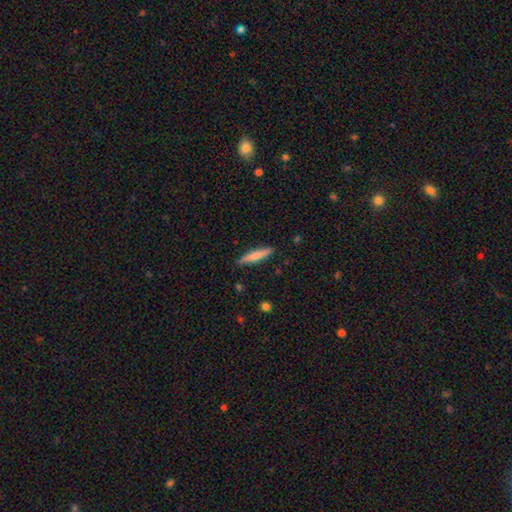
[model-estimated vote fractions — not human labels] Smooth or featured?
  - smooth: 70% *
  - featured or disk: 25%
  - star or artifact: 6%
How rounded?
  - cigar-shaped: 86% *
  - in between: 13%
  - round: 1%
Merging?
  - none: 88% *
  - minor disturbance: 9%
  - major disturbance: 2%
  - merger: 1%